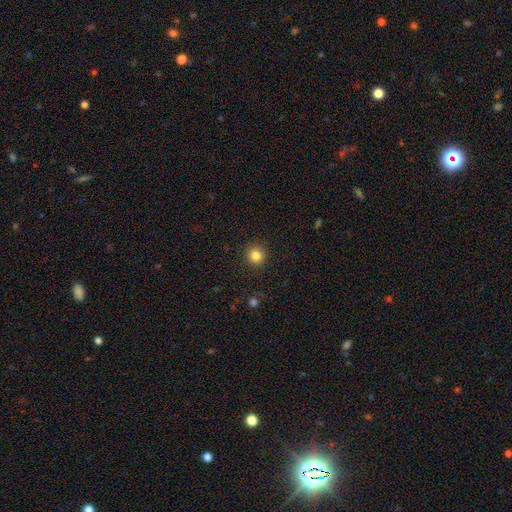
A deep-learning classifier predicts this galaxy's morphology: This appears to be a smooth galaxy with no disk features (83%) that is round (93%). Merging: none (91%).